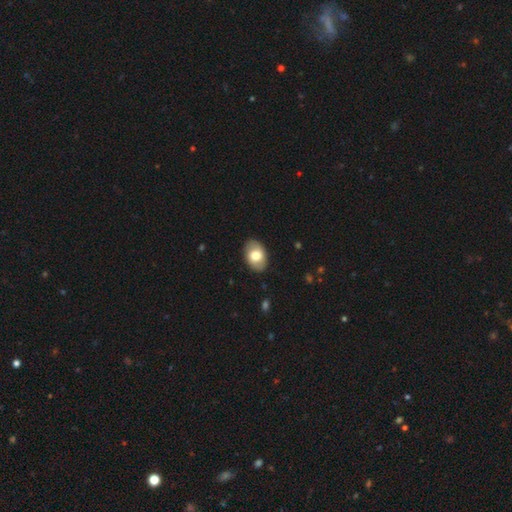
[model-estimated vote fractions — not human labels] Smooth or featured?
  - smooth: 71% *
  - featured or disk: 23%
  - star or artifact: 6%
How rounded?
  - in between: 87% *
  - round: 12%
  - cigar-shaped: 1%
Merging?
  - none: 86% *
  - minor disturbance: 10%
  - major disturbance: 2%
  - merger: 1%